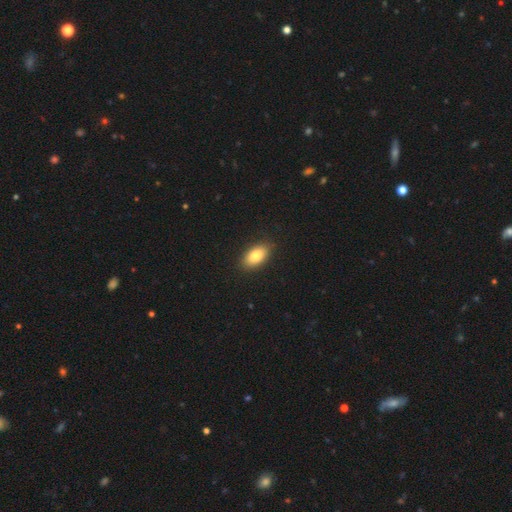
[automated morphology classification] A smooth galaxy with no disk features (83%) that is in between round and cigar-shaped (92%).

Vote fractions:
- Smooth or featured? smooth: 83% / featured or disk: 10% / star or artifact: 7%
- How rounded? in between: 92% / round: 5% / cigar-shaped: 3%
- Merging? none: 87% / minor disturbance: 10% / major disturbance: 2% / merger: 1%